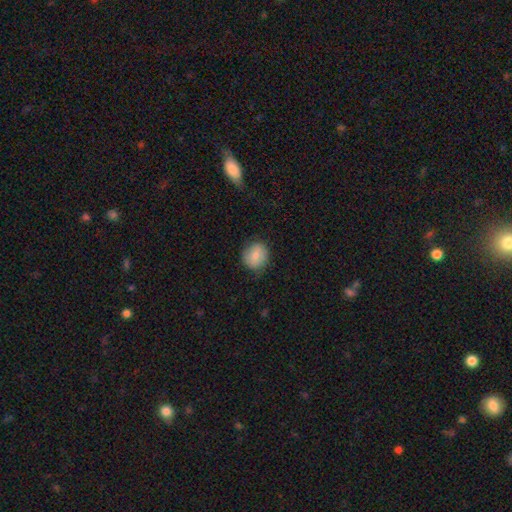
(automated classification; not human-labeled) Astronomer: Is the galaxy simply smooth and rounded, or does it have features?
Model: smooth — 79%.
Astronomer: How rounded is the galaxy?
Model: round — 78%.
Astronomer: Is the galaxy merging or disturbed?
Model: none — 78%.